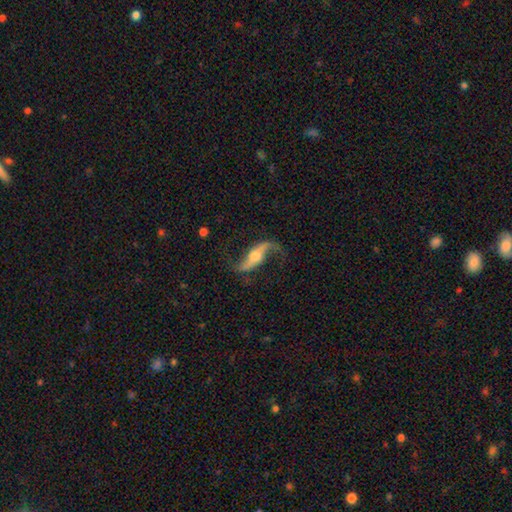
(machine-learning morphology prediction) smooth_or_featured: featured or disk (p=0.88) [alt: smooth p=0.07]
disk_edge_on: no (p=0.87) [alt: yes p=0.13]
bar: strong (p=0.37) [alt: no p=0.34]
has_spiral_arms: yes (p=0.96) [alt: no p=0.04]
spiral_winding: loose (p=0.86) [alt: medium p=0.11]
spiral_arm_count: 2 (p=0.93) [alt: 1 p=0.03]
bulge_size: moderate (p=0.58) [alt: small p=0.27]
merging: none (p=0.76) [alt: minor disturbance p=0.14]